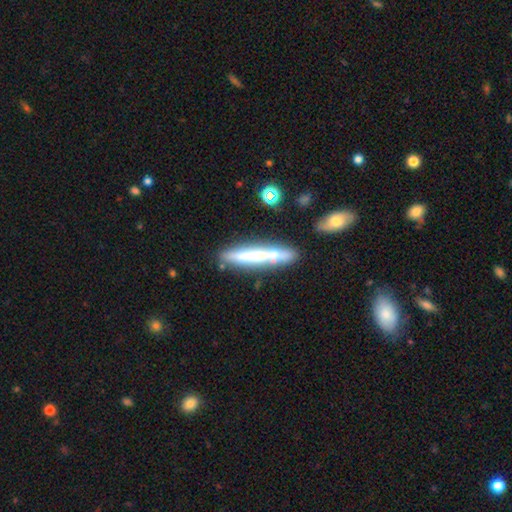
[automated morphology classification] Smooth or featured: featured or disk — 47% (smooth — 45%)
Merging: none — 65% (merger — 15%)